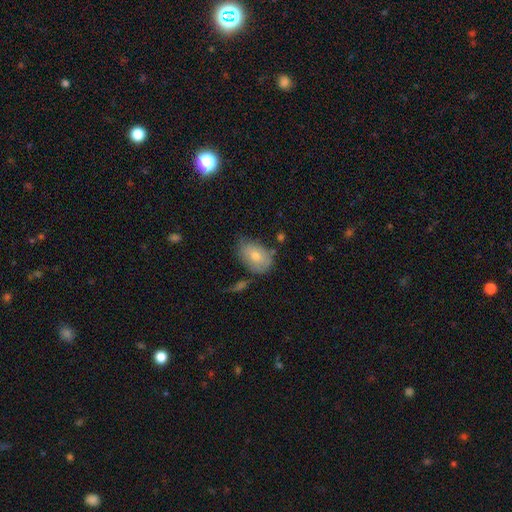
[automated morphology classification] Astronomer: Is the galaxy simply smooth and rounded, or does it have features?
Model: smooth — 66%.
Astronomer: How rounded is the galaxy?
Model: in between — 84%.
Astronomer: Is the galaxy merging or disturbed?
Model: none — 59%.